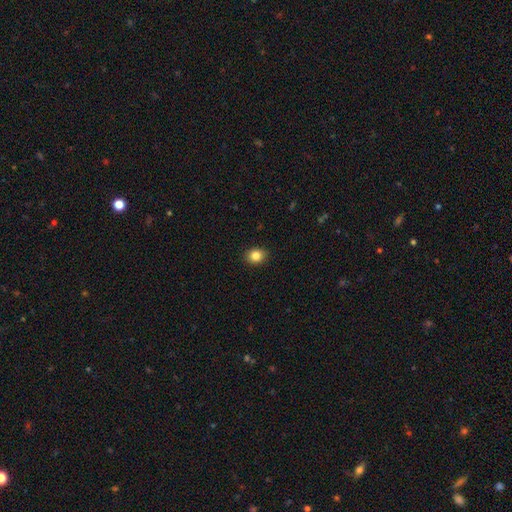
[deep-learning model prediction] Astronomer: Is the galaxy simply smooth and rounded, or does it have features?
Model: smooth — 85%.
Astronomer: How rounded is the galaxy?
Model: round — 55% (runner-up: in between, 44%).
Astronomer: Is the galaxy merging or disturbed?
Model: none — 90%.